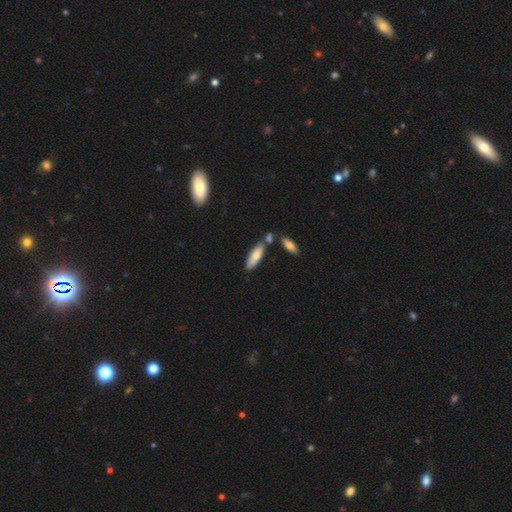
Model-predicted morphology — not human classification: smooth_or_featured: smooth (p=0.77) [alt: featured or disk p=0.17]
how_rounded: in between (p=0.51) [alt: cigar-shaped p=0.48]
merging: none (p=0.69) [alt: minor disturbance p=0.15]